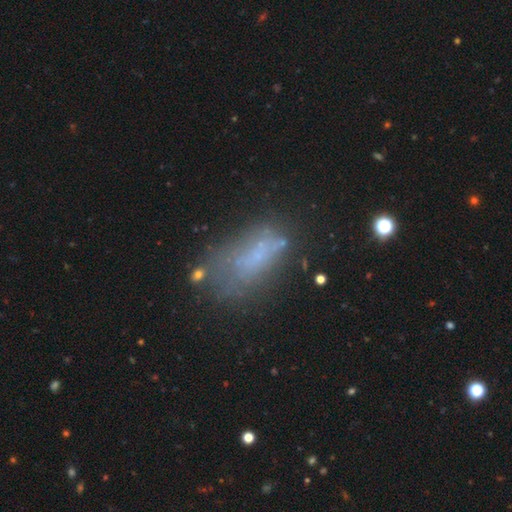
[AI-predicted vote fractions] Overall: smooth (48%; featured or disk 32%). Merging: none (42%; major disturbance 24%).